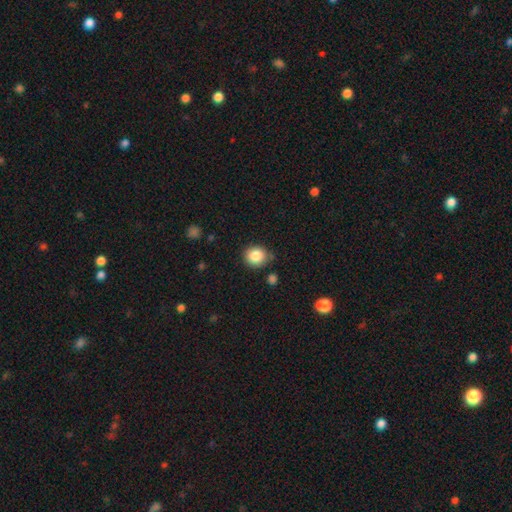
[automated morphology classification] smooth_or_featured: smooth (p=0.86) [alt: star or artifact p=0.09]
how_rounded: round (p=0.85) [alt: in between p=0.14]
merging: none (p=0.81) [alt: minor disturbance p=0.12]